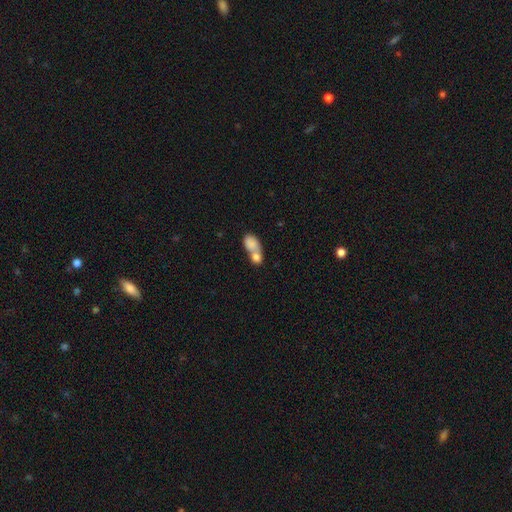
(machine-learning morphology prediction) This appears to be a smooth galaxy with no disk features (79%) that is in between round and cigar-shaped (76%). Merging: merger (67%).